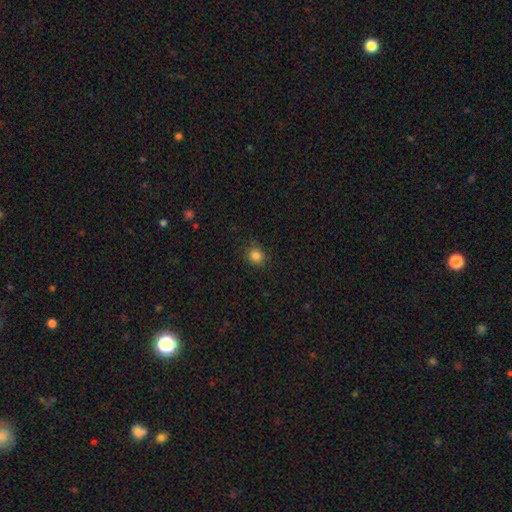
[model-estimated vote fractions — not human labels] Q: Smooth or featured?
A: smooth (83%); runner-up: star or artifact (13%)
Q: How rounded?
A: round (77%); runner-up: in between (22%)
Q: Merging?
A: none (85%); runner-up: minor disturbance (11%)